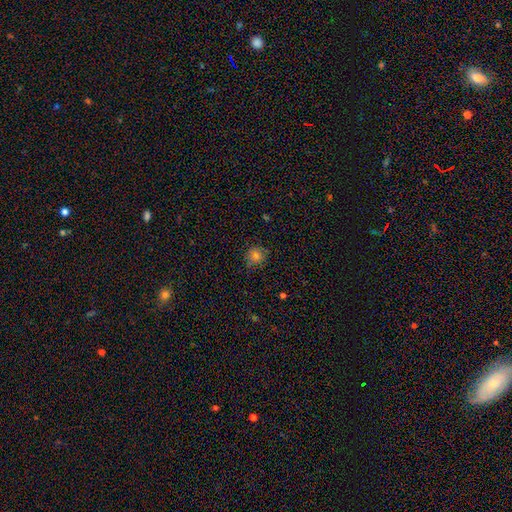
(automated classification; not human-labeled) Q: Smooth or featured?
A: smooth (78%); runner-up: star or artifact (14%)
Q: How rounded?
A: round (88%); runner-up: in between (11%)
Q: Merging?
A: none (80%); runner-up: minor disturbance (15%)